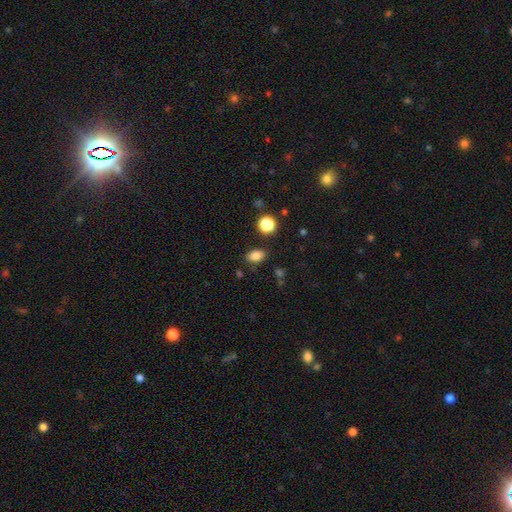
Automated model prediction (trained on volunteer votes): A smooth galaxy with no disk features (84%) that is in between round and cigar-shaped (83%). Merging: none (83%).